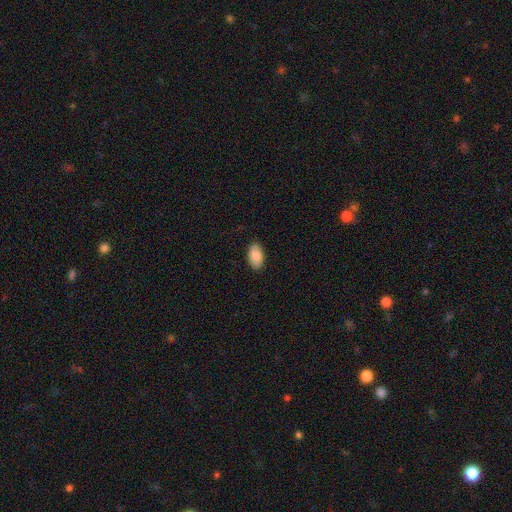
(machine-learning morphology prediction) smooth-or-featured: smooth: 88% | star or artifact: 6% | featured or disk: 6%
  how-rounded: in between: 94% | round: 4% | cigar-shaped: 2%
  merging: none: 88% | minor disturbance: 9% | major disturbance: 2% | merger: 1%